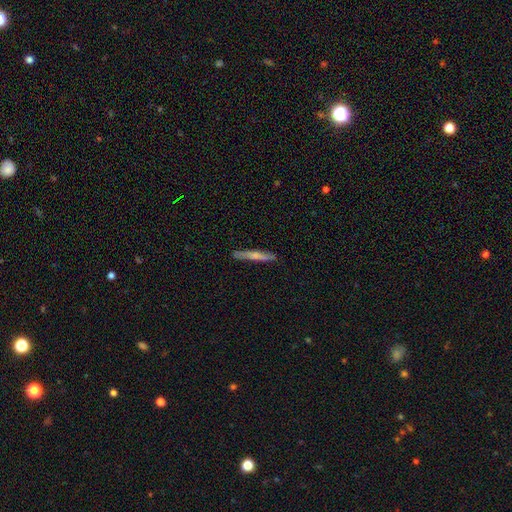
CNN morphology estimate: This is possibly a smooth galaxy (55%). How rounded: clearly cigar-shaped (94%). Merging: clearly none (87%).